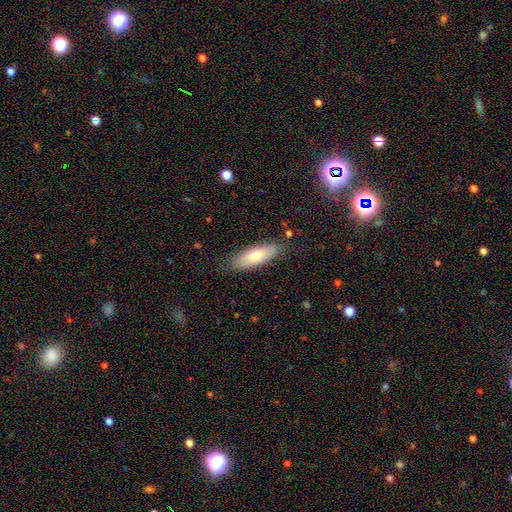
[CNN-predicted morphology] Smooth or featured? Predicted: smooth (p=0.70). How rounded? Predicted: in between (p=0.59). Merging? Predicted: none (p=0.81).